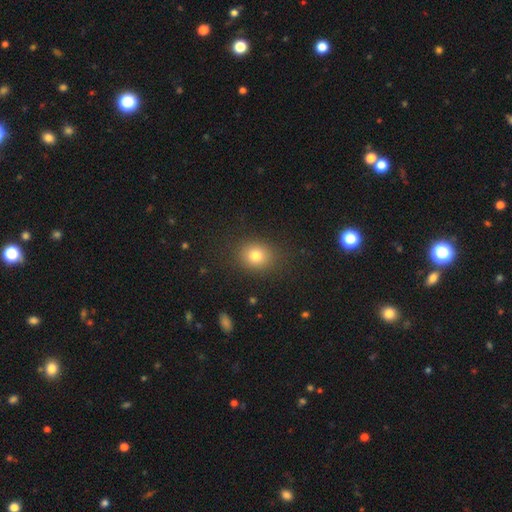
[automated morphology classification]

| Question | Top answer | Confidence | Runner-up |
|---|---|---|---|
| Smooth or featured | smooth | 79% | star or artifact (12%) |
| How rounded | round | 67% | in between (32%) |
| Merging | none | 85% | minor disturbance (9%) |